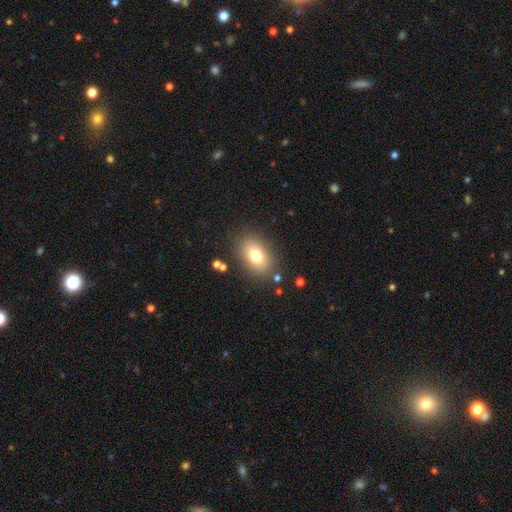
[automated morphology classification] type=smooth (78%); roundness=in between (85%); merging=none (83%).